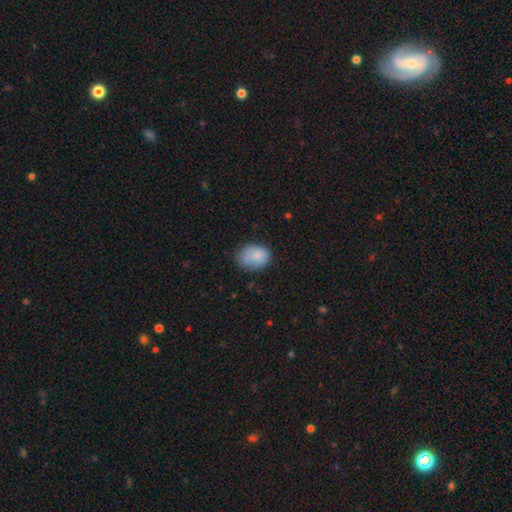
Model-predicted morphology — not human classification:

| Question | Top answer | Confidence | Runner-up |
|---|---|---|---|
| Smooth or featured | smooth | 82% | featured or disk (10%) |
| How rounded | in between | 65% | round (34%) |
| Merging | none | 62% | minor disturbance (27%) |